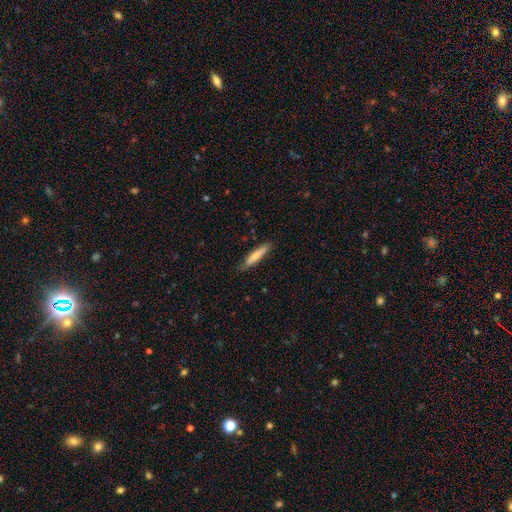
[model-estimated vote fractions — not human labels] The model was most divided on "smooth or featured": smooth: 63%, featured or disk: 31%, star or artifact: 6%. More confident: how rounded — cigar-shaped (89%); merging — none (81%).